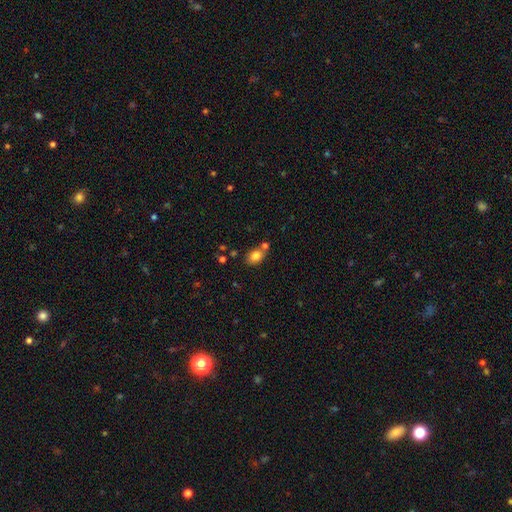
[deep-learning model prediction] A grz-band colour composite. It shows a smooth galaxy with no disk features (81%) that is in between round and cigar-shaped (74%). Merging: none (61%).